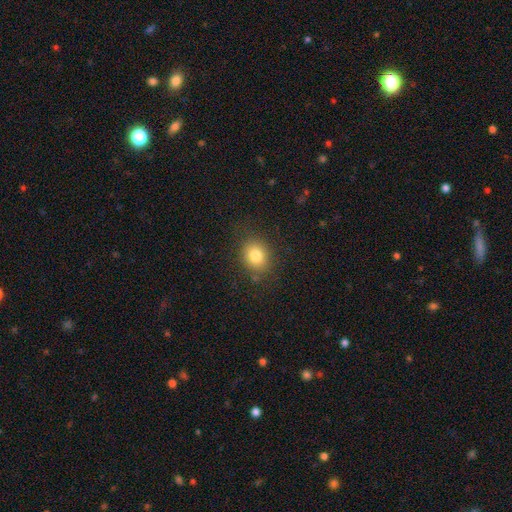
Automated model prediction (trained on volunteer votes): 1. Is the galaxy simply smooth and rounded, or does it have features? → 80% smooth, 11% star or artifact, 8% featured or disk.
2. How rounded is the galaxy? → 69% round, 30% in between, 1% cigar-shaped.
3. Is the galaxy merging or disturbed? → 83% none, 11% minor disturbance, 4% major disturbance, 1% merger.